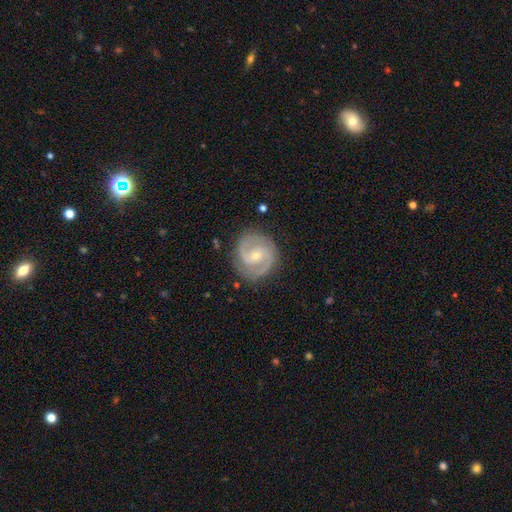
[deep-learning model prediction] Morphology: type=featured or disk (90%); edge-on=no (98%); bar=no (44%); spiral arms=yes (98%); winding=medium (50%); arm count=2 (91%); bulge=small (61%); merging=none (85%).